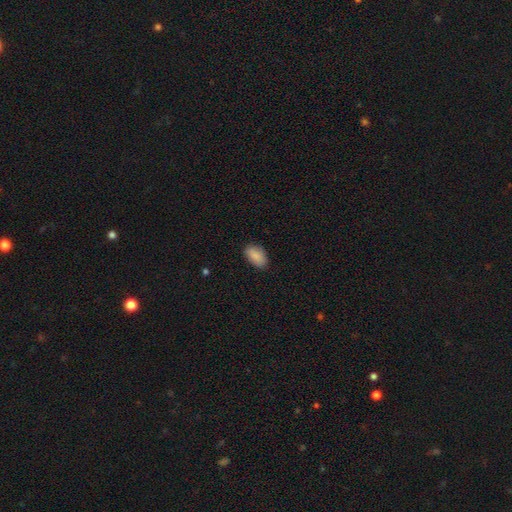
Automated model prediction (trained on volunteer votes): Overall: smooth (89%). How rounded: in between (93%). Merging: none (83%).